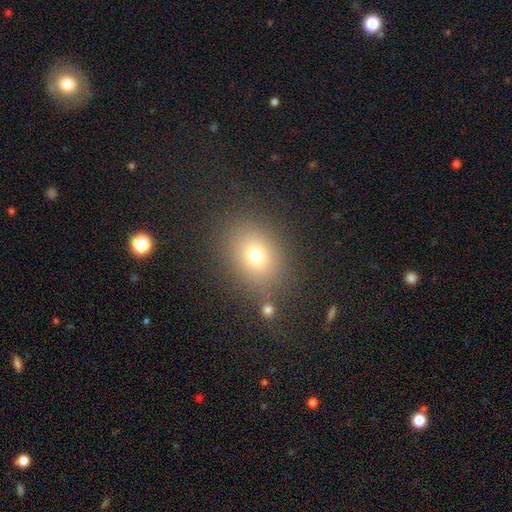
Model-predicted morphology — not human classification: This appears to be a smooth galaxy with no disk features (72%) that is in between round and cigar-shaped (50%). Merging: none (79%).